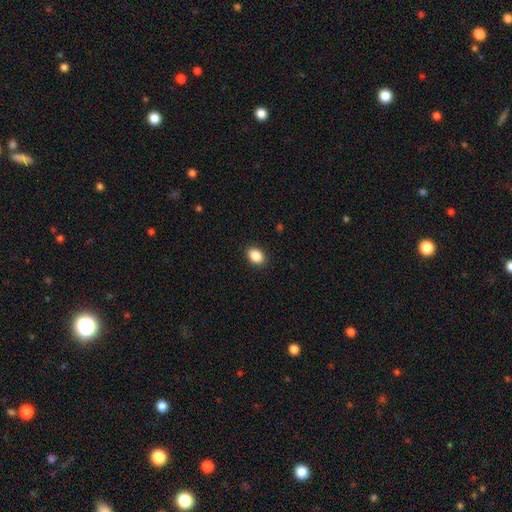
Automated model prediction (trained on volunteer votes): Morphology: type=smooth (89%); roundness=in between (70%); merging=none (91%).